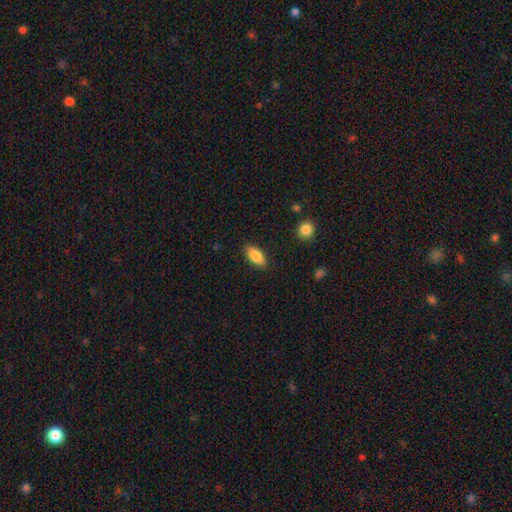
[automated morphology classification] Smooth or featured? smooth (85%)
How rounded? in between (87%)
Merging? none (87%)